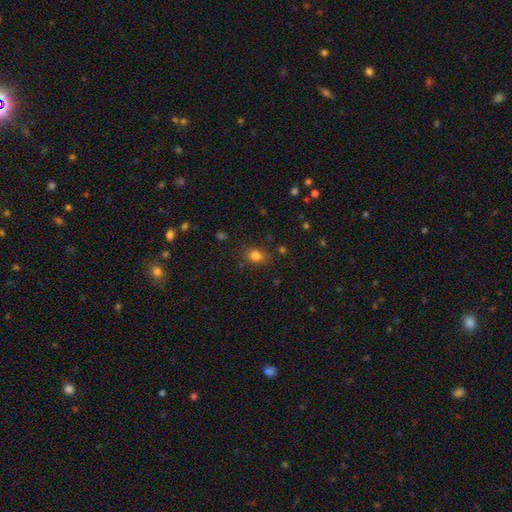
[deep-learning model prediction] A smooth galaxy with no disk features (80%) that is round (53%). Merging: none (83%).